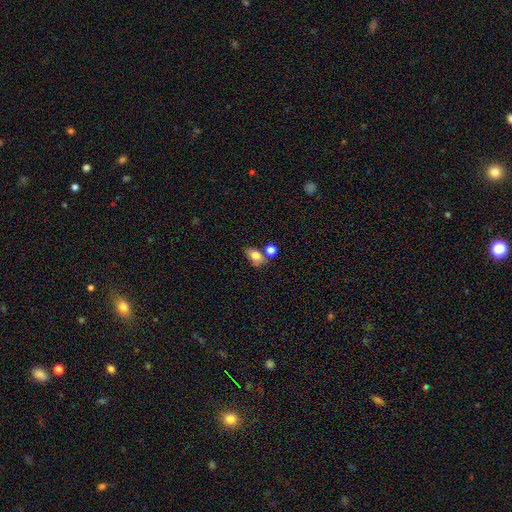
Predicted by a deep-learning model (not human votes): Smooth or featured?
  - smooth: 79% *
  - featured or disk: 11%
  - star or artifact: 10%
How rounded?
  - in between: 74% *
  - round: 24%
  - cigar-shaped: 2%
Merging?
  - none: 45% *
  - merger: 30%
  - minor disturbance: 18%
  - major disturbance: 7%